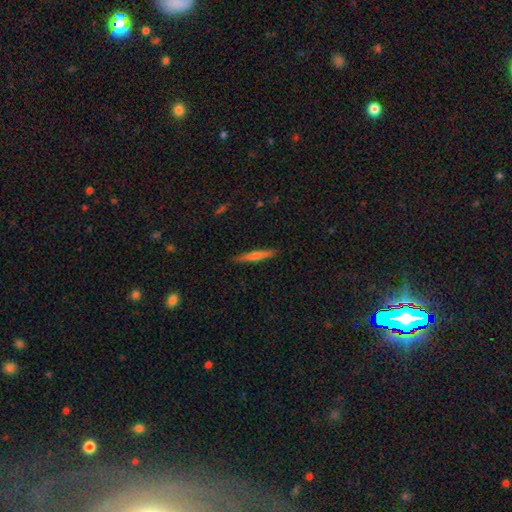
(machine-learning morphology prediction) Smooth or featured: featured or disk — 54% (smooth — 39%)
Edge-on disk: yes — 96% (no — 4%)
Edge-on bulge: rounded — 73% (none — 22%)
Merging: none — 90% (minor disturbance — 7%)